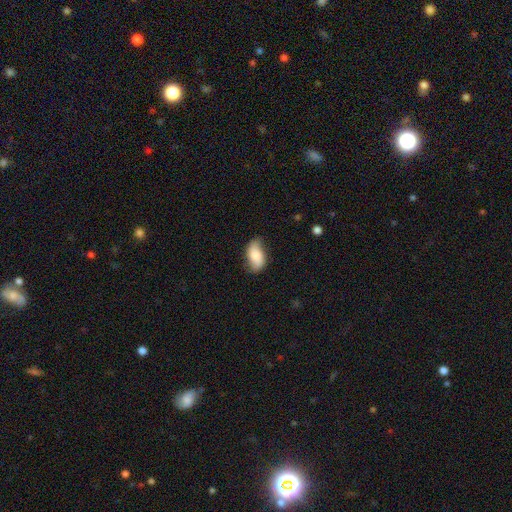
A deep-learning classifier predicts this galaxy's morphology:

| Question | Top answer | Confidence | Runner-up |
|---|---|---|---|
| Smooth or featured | smooth | 73% | featured or disk (20%) |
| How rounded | in between | 93% | round (4%) |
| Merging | none | 65% | minor disturbance (27%) |